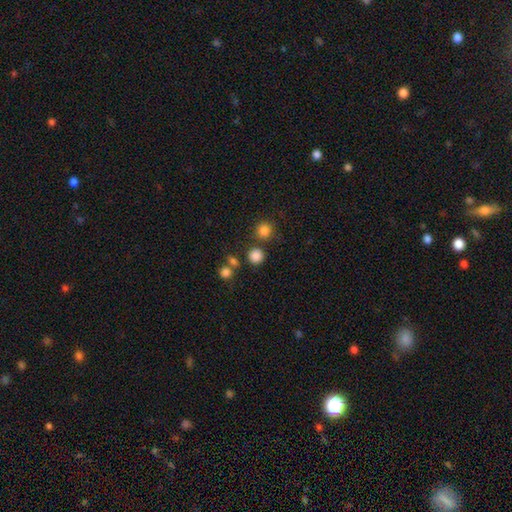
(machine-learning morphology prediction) Smooth or featured?
  - smooth: 82% *
  - star or artifact: 14%
  - featured or disk: 4%
How rounded?
  - round: 90% *
  - in between: 9%
  - cigar-shaped: 1%
Merging?
  - none: 77% *
  - merger: 11%
  - minor disturbance: 8%
  - major disturbance: 3%